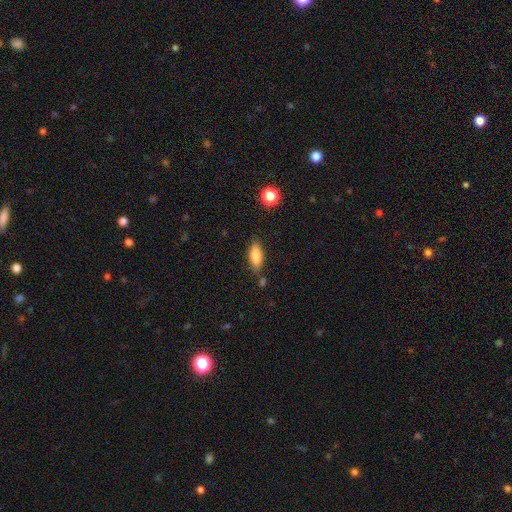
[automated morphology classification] A smooth galaxy with no disk features (83%) that is in between round and cigar-shaped (72%).

Vote fractions:
- Smooth or featured? smooth: 83% / featured or disk: 9% / star or artifact: 7%
- How rounded? in between: 72% / cigar-shaped: 26% / round: 3%
- Merging? none: 74% / minor disturbance: 16% / merger: 6% / major disturbance: 4%